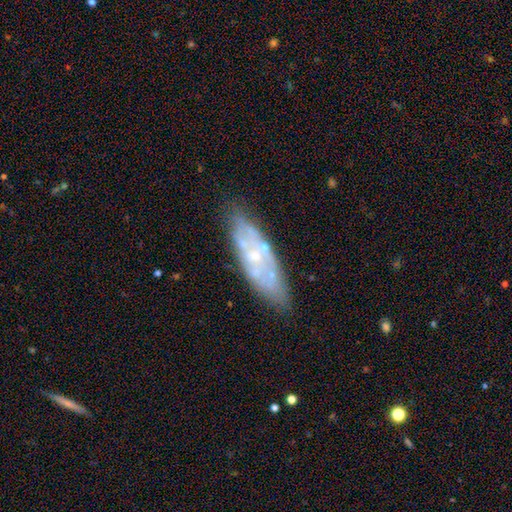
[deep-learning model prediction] A featured or disk galaxy (63%) with no bar (86%), no spiral arms (75%) and a small central bulge (66%).

Vote fractions:
- Smooth or featured? featured or disk: 63% / smooth: 29% / star or artifact: 8%
- Edge-on disk? no: 82% / yes: 18%
- Bar? no: 86% / weak: 11% / strong: 3%
- Spiral arms? no: 75% / yes: 25%
- Bulge size? small: 66% / moderate: 18% / none: 12% / large: 2% / dominant: 1%
- Merging? none: 70% / minor disturbance: 18% / merger: 7% / major disturbance: 6%